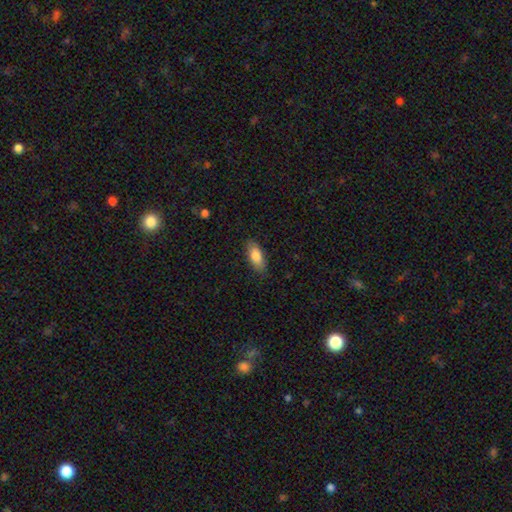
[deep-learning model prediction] Smooth or featured?
  - smooth: 82% *
  - featured or disk: 12%
  - star or artifact: 6%
How rounded?
  - in between: 83% *
  - cigar-shaped: 14%
  - round: 2%
Merging?
  - none: 84% *
  - minor disturbance: 13%
  - major disturbance: 2%
  - merger: 1%